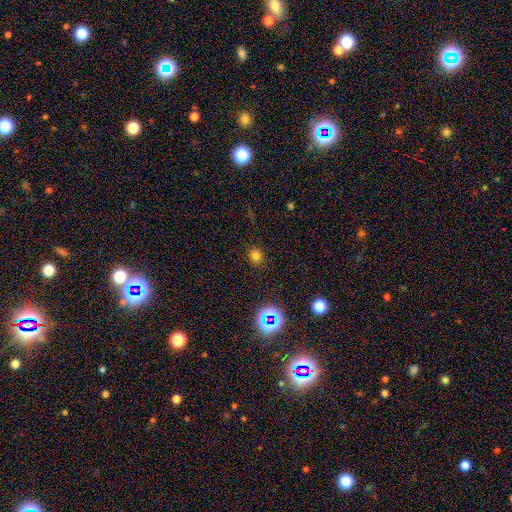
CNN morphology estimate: Smooth or featured: smooth — 73% (star or artifact — 22%)
How rounded: round — 74% (in between — 25%)
Merging: none — 85% (minor disturbance — 10%)